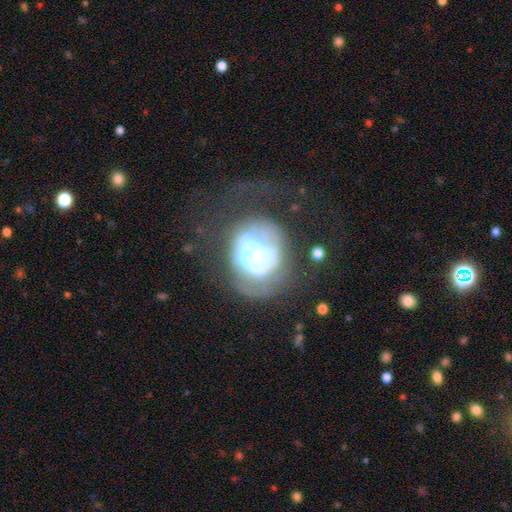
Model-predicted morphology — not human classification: Q: Smooth or featured?
A: featured or disk (71%); runner-up: smooth (20%)
Q: Edge-on disk?
A: no (98%); runner-up: yes (2%)
Q: Bar?
A: no (76%); runner-up: weak (17%)
Q: Spiral arms?
A: no (54%); runner-up: yes (46%)
Q: Bulge size?
A: moderate (38%); runner-up: small (24%)
Q: Merging?
A: major disturbance (37%); runner-up: none (26%)